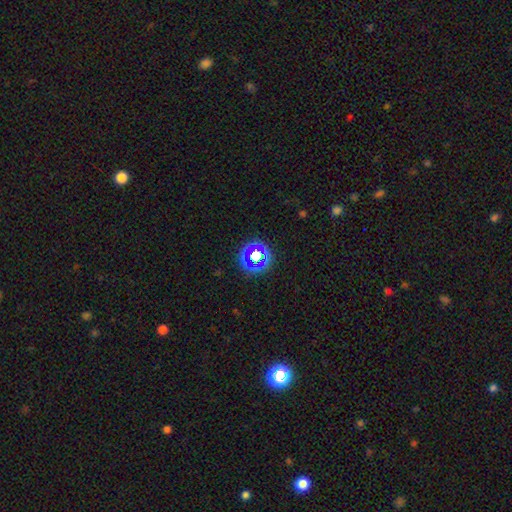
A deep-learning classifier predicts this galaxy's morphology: Smooth or featured?
  - star or artifact: 55% *
  - smooth: 32%
  - featured or disk: 13%